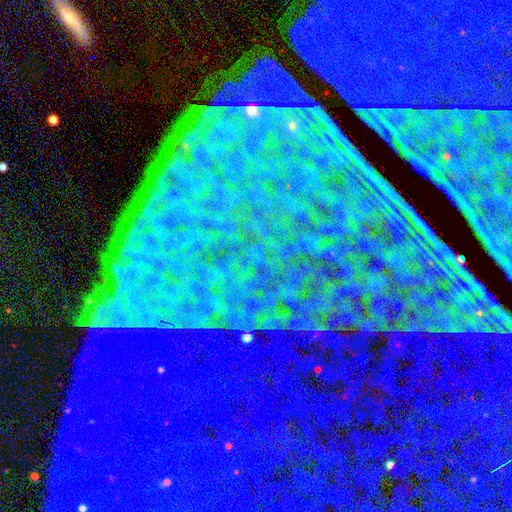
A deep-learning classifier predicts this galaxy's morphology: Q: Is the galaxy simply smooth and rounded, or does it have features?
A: star or artifact — 87%.